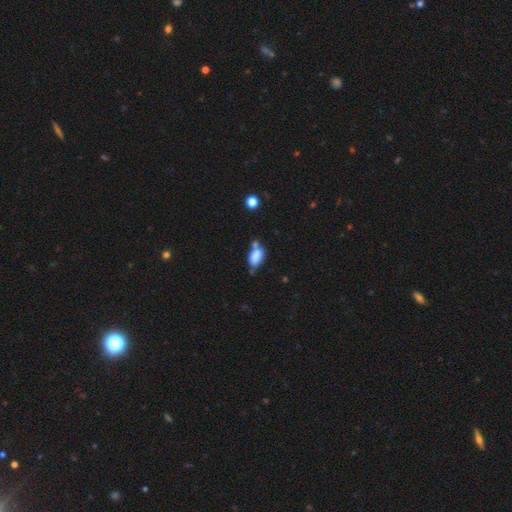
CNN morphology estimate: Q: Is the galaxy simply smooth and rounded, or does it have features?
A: smooth — 80%.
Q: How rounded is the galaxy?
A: in between — 89%.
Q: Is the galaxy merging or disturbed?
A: none — 41%.